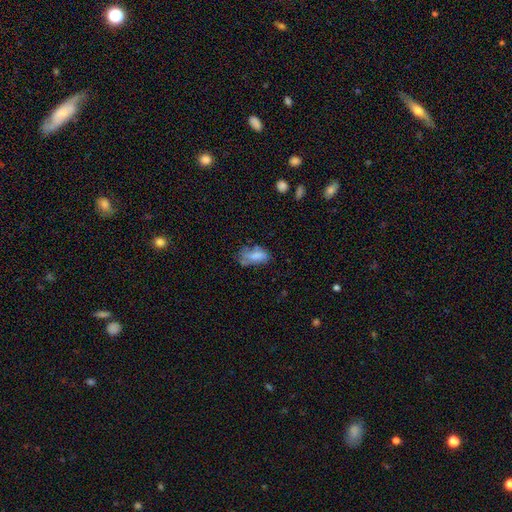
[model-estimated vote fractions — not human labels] Smooth or featured? smooth (67%)
How rounded? in between (86%)
Merging? none (43%)